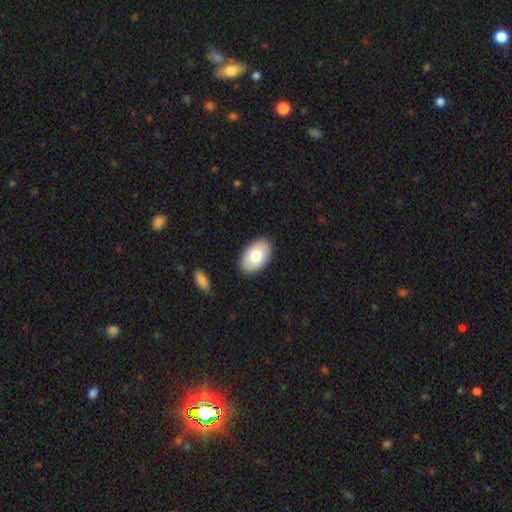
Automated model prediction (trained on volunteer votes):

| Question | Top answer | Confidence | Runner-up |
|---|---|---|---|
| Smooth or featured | smooth | 80% | featured or disk (15%) |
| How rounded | in between | 93% | round (6%) |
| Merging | none | 88% | minor disturbance (8%) |